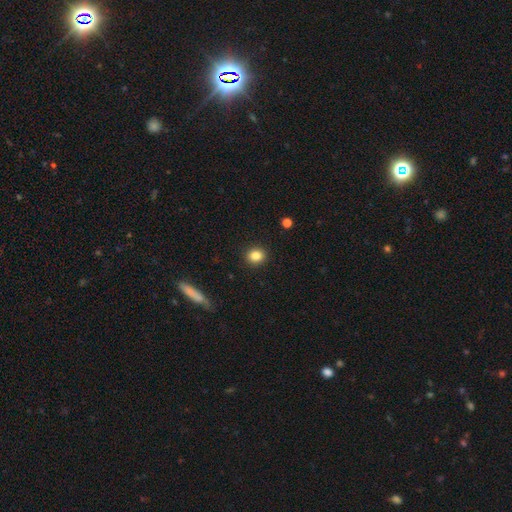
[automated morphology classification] type=smooth (84%); roundness=round (76%); merging=none (91%).